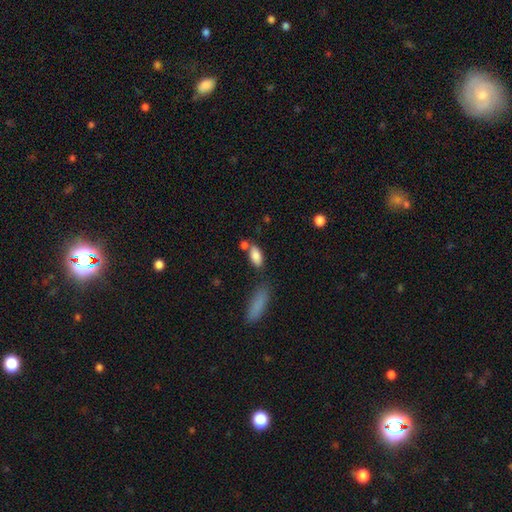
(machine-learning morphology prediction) smooth_or_featured: smooth (p=0.85) [alt: featured or disk p=0.08]
how_rounded: in between (p=0.86) [alt: cigar-shaped p=0.11]
merging: none (p=0.63) [alt: merger p=0.18]